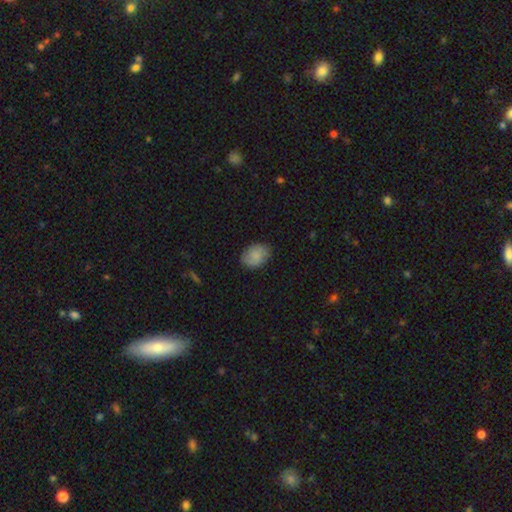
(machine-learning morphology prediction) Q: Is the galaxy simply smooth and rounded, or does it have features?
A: smooth — 76%.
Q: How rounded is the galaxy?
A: in between — 73%.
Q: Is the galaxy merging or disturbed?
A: none — 83%.